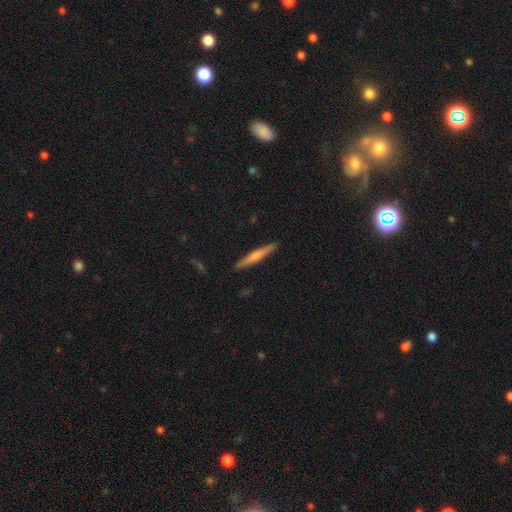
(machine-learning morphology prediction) Smooth or featured? Predicted: featured or disk (p=0.50). Edge-on disk? Predicted: yes (p=0.97). Merging? Predicted: none (p=0.91).